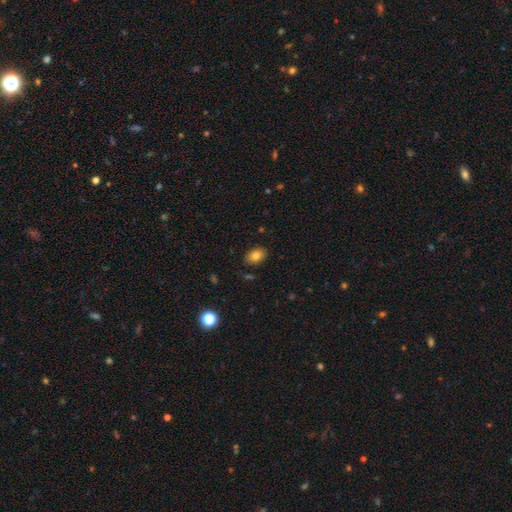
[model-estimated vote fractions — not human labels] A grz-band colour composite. It shows a smooth galaxy with no disk features (82%) that is in between round and cigar-shaped (84%). Merging: none (86%).